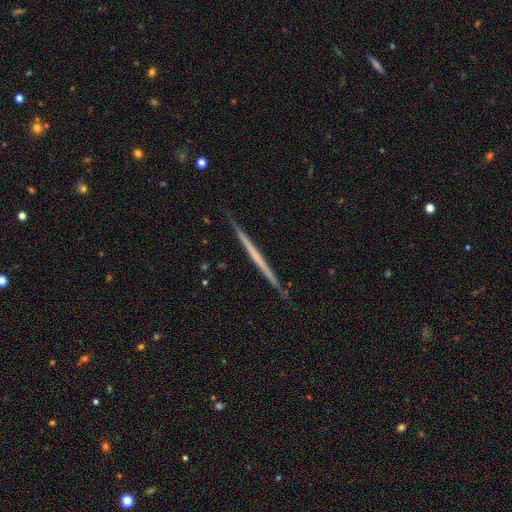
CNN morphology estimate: The model was most divided on "smooth or featured": featured or disk: 60%, smooth: 34%, star or artifact: 5%. More confident: edge-on disk — yes (98%); edge-on bulge — none (93%); merging — none (91%).